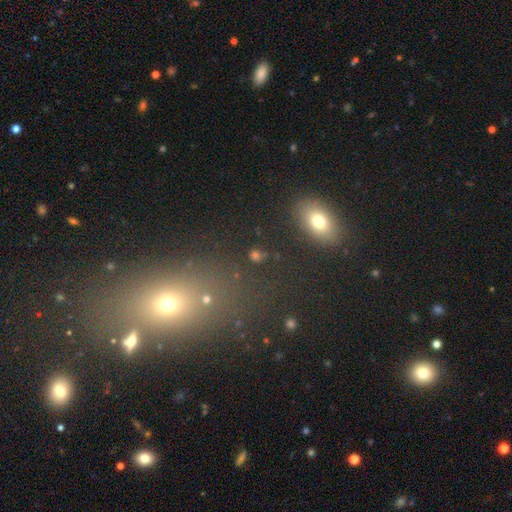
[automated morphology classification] This appears to be a smooth galaxy with no disk features (63%) that is in between round and cigar-shaped (51%). Merging: none (76%).